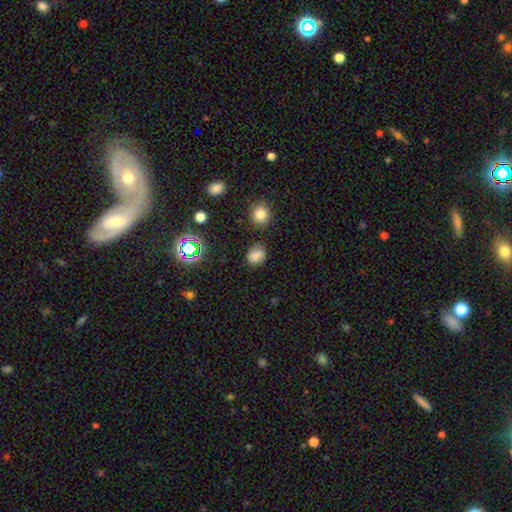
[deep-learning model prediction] Smooth or featured?
  - smooth: 76% *
  - star or artifact: 18%
  - featured or disk: 6%
How rounded?
  - in between: 52% *
  - round: 47%
  - cigar-shaped: 1%
Merging?
  - none: 76% *
  - minor disturbance: 16%
  - major disturbance: 4%
  - merger: 3%